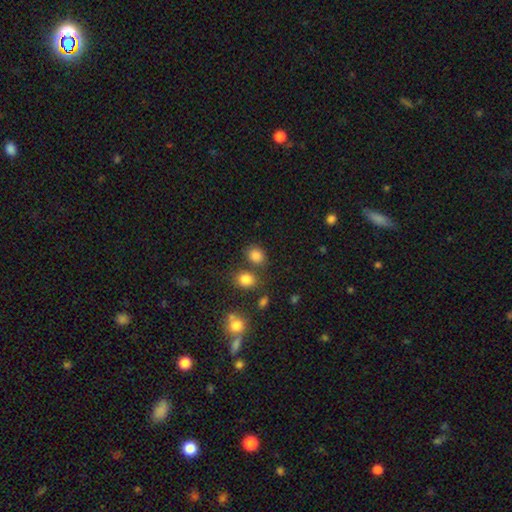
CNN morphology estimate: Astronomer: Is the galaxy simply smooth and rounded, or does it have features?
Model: smooth — 83%.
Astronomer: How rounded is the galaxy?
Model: round — 55% (runner-up: in between, 44%).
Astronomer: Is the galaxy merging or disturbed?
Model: none — 69%.